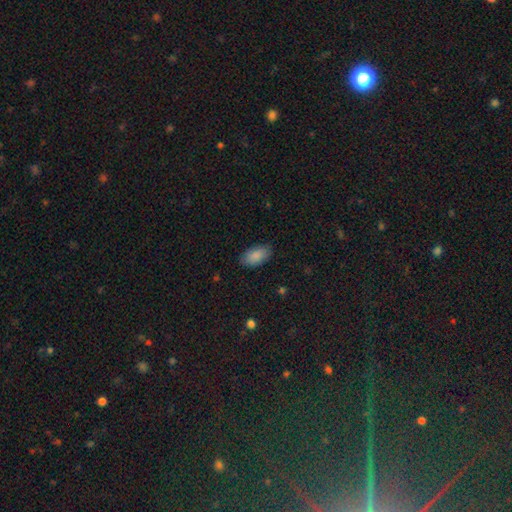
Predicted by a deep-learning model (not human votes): Q: Smooth or featured?
A: smooth (89%); runner-up: star or artifact (6%)
Q: How rounded?
A: in between (95%); runner-up: round (3%)
Q: Merging?
A: none (86%); runner-up: minor disturbance (11%)